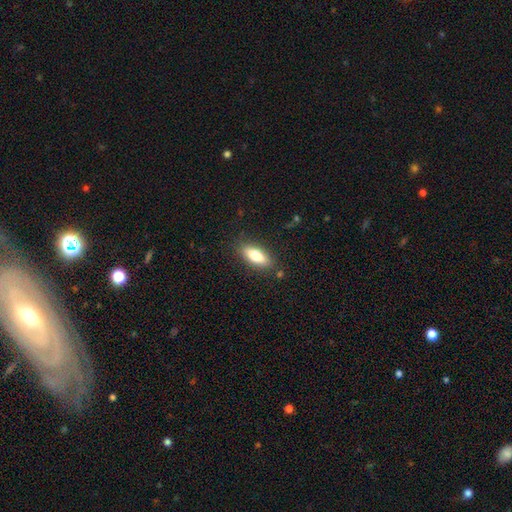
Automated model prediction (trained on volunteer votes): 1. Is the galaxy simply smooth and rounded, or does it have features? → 73% smooth, 20% featured or disk, 7% star or artifact.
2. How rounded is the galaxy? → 70% in between, 27% cigar-shaped, 2% round.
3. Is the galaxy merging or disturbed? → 85% none, 11% minor disturbance, 3% major disturbance, 2% merger.